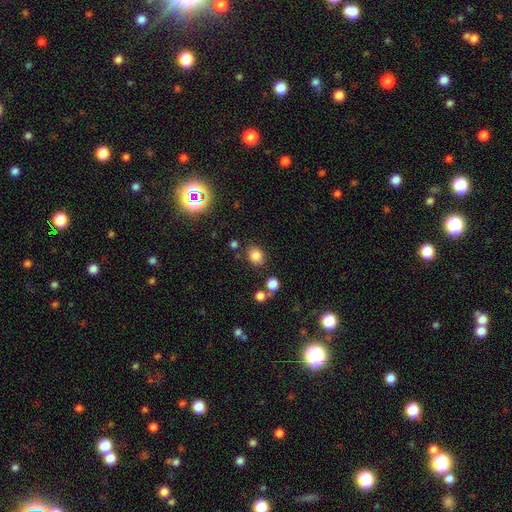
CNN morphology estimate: This is clearly a smooth galaxy (82%). How rounded: possibly round (60%). Merging: clearly none (80%).